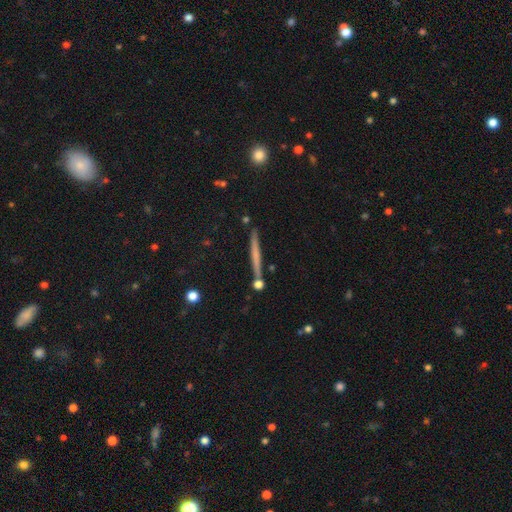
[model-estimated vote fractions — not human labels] Smooth or featured? smooth (47%)
Merging? none (85%)